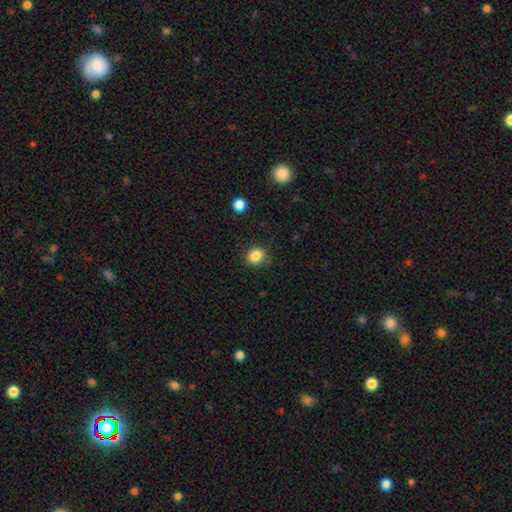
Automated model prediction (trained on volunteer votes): smooth 85%, star or artifact 11%, featured or disk 4%. Down the decision tree: how rounded — round (78%); merging — none (83%).